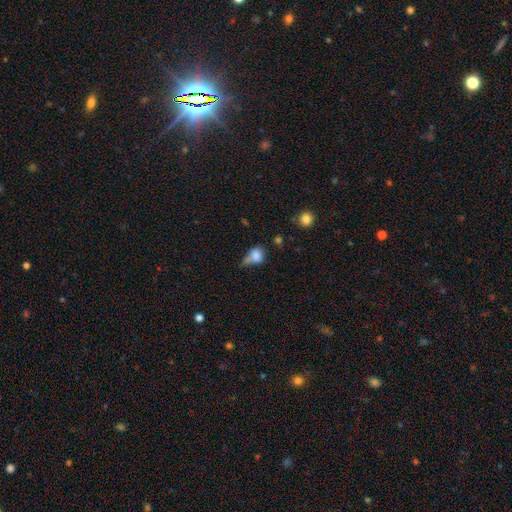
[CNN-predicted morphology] Q: Smooth or featured?
A: smooth (76%); runner-up: featured or disk (13%)
Q: How rounded?
A: round (51%); runner-up: in between (47%)
Q: Merging?
A: minor disturbance (31%); runner-up: none (29%)